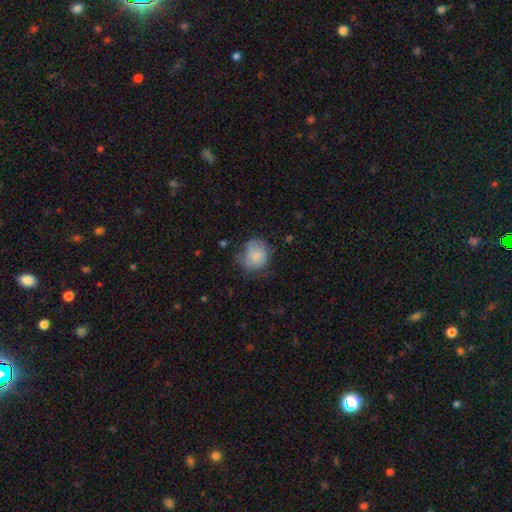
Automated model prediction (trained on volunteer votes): Overall: smooth (78%). How rounded: round (67%; in between 32%). Merging: none (48%; minor disturbance 34%).